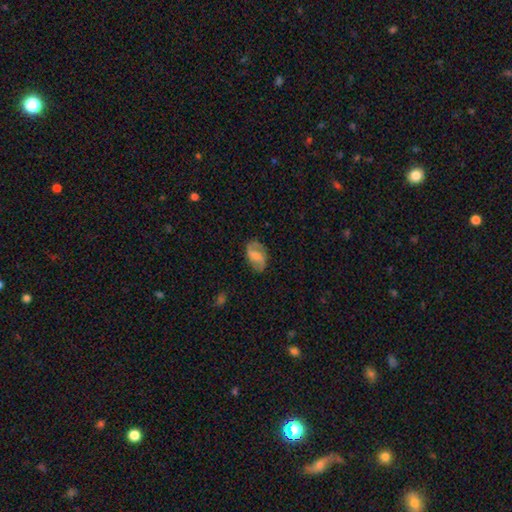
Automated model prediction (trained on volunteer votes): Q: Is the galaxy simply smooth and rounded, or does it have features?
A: featured or disk — 62%.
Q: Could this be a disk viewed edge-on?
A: no — 97%.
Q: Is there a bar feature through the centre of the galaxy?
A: weak — 50%.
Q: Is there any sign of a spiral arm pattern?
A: yes — 90%.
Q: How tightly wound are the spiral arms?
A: medium — 44%.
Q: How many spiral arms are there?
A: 2 — 86%.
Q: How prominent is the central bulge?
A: none — 35%.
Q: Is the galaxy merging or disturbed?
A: none — 73%.